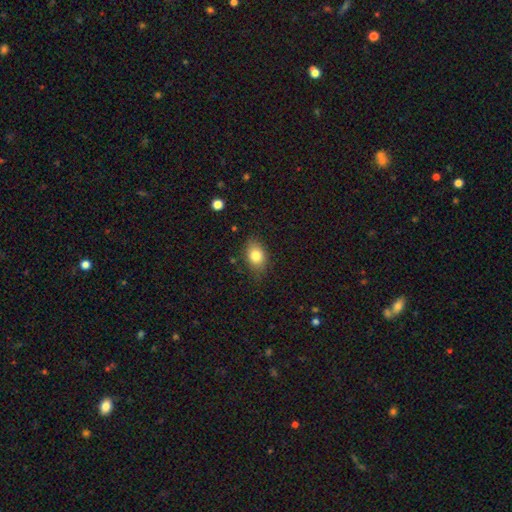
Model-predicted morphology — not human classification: Q: Smooth or featured?
A: smooth (81%); runner-up: featured or disk (10%)
Q: How rounded?
A: in between (76%); runner-up: round (23%)
Q: Merging?
A: none (77%); runner-up: minor disturbance (18%)